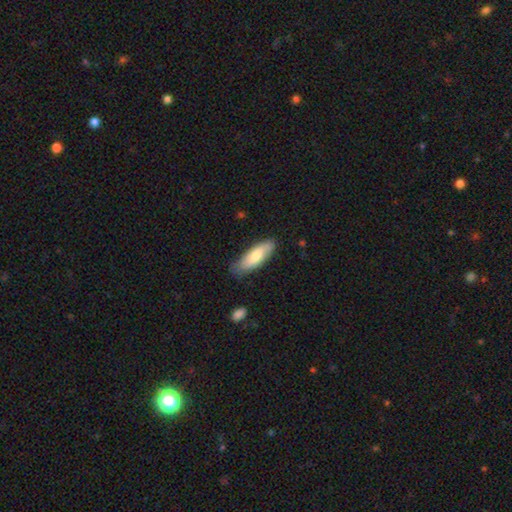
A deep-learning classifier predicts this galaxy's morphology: Q: Smooth or featured?
A: smooth (71%); runner-up: featured or disk (24%)
Q: How rounded?
A: in between (62%); runner-up: cigar-shaped (36%)
Q: Merging?
A: none (72%); runner-up: minor disturbance (22%)